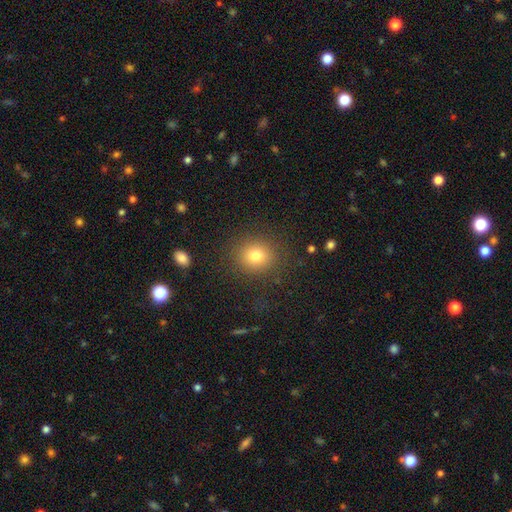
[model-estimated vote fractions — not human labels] smooth-or-featured: smooth: 80% | star or artifact: 12% | featured or disk: 8%
  how-rounded: round: 77% | in between: 22% | cigar-shaped: 1%
  merging: none: 86% | minor disturbance: 8% | major disturbance: 4% | merger: 2%